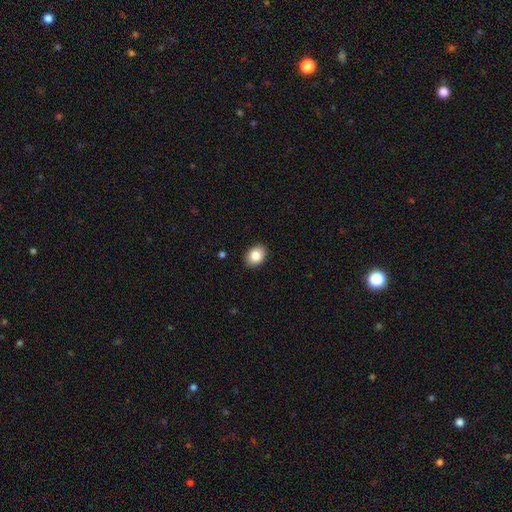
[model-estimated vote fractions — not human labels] Smooth or featured?
  - smooth: 85% *
  - star or artifact: 8%
  - featured or disk: 7%
How rounded?
  - in between: 73% *
  - round: 26%
  - cigar-shaped: 1%
Merging?
  - none: 90% *
  - minor disturbance: 7%
  - major disturbance: 2%
  - merger: 1%